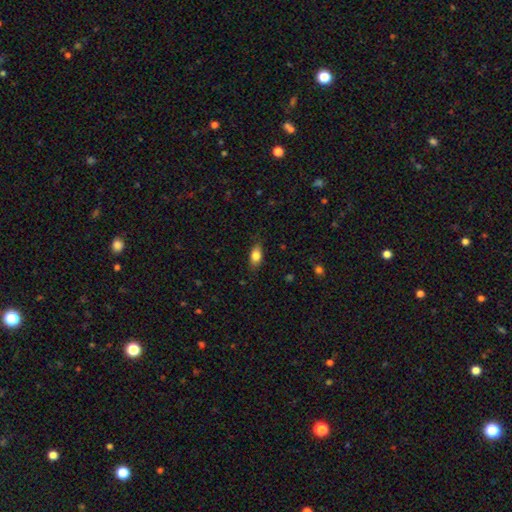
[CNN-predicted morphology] Smooth or featured? smooth (81%)
How rounded? in between (85%)
Merging? none (81%)